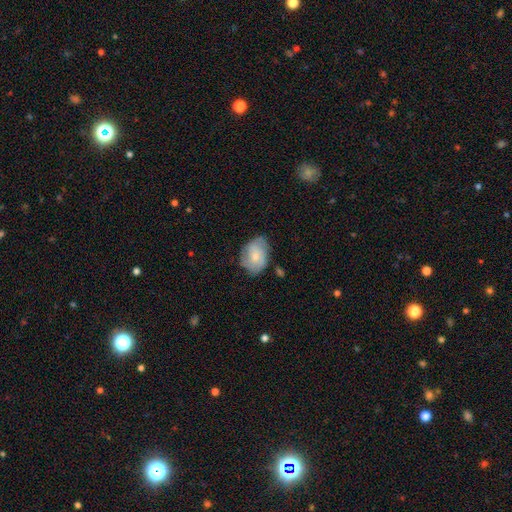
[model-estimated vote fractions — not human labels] A smooth galaxy with no disk features (51%) that is in between round and cigar-shaped (69%).

Vote fractions:
- Smooth or featured? smooth: 51% / featured or disk: 42% / star or artifact: 7%
- How rounded? in between: 69% / round: 29% / cigar-shaped: 1%
- Merging? none: 61% / minor disturbance: 28% / major disturbance: 8% / merger: 2%